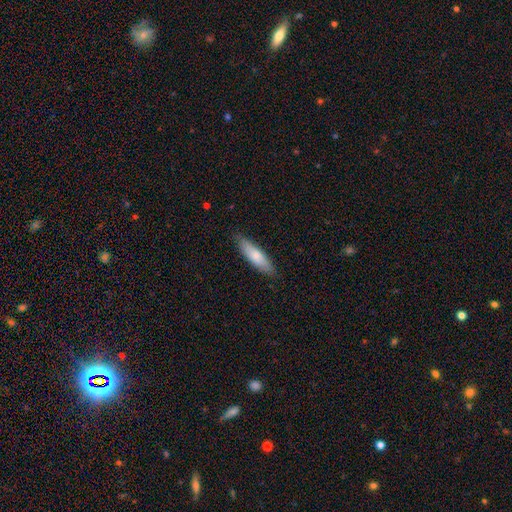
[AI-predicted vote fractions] Overall: smooth (74%). How rounded: cigar-shaped (64%; in between 35%). Merging: none (85%).